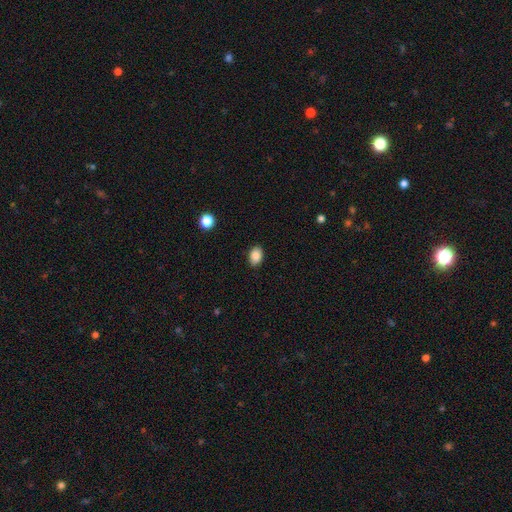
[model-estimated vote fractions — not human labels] A smooth galaxy with no disk features (88%) that is in between round and cigar-shaped (81%). Merging: none (87%).